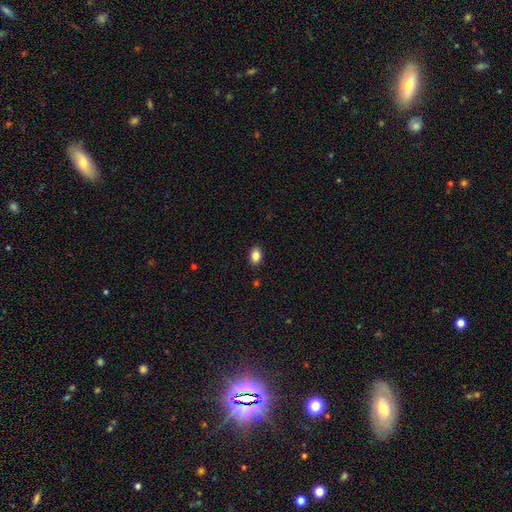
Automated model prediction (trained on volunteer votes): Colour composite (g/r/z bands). It shows a smooth galaxy with no disk features (87%) that is in between round and cigar-shaped (84%). Merging: none (90%).